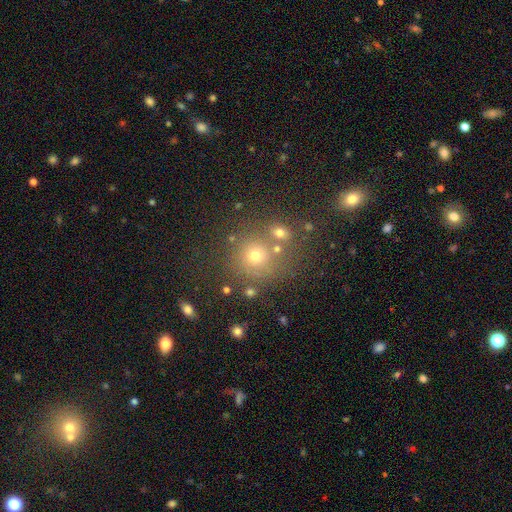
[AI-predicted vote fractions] Q: Smooth or featured?
A: smooth (66%); runner-up: star or artifact (20%)
Q: How rounded?
A: round (88%); runner-up: in between (11%)
Q: Merging?
A: none (68%); runner-up: merger (15%)